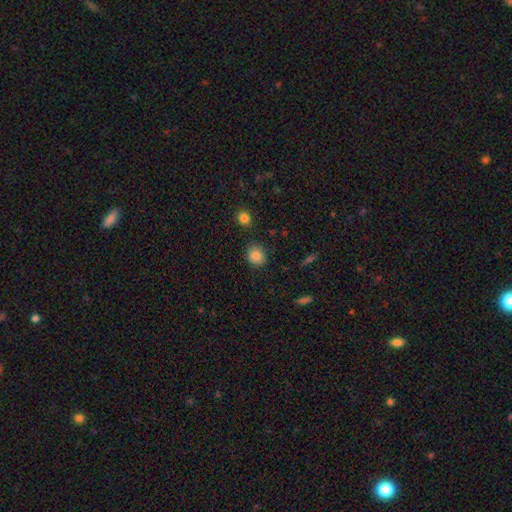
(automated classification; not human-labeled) A smooth galaxy with no disk features (85%) that is round (81%).

Vote fractions:
- Smooth or featured? smooth: 85% / star or artifact: 10% / featured or disk: 5%
- How rounded? round: 81% / in between: 18% / cigar-shaped: 1%
- Merging? none: 86% / minor disturbance: 9% / merger: 3% / major disturbance: 2%